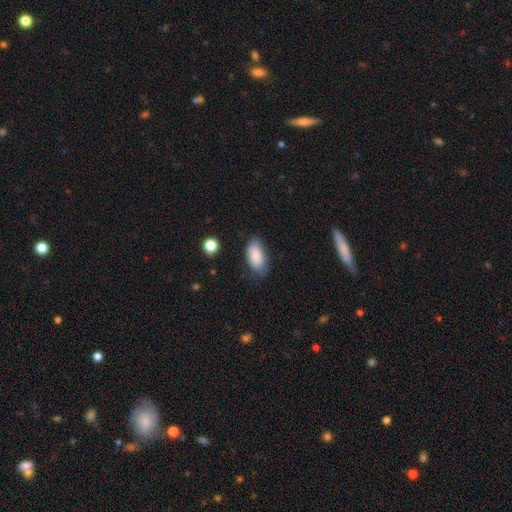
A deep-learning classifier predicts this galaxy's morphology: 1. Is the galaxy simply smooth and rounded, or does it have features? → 84% smooth, 9% featured or disk, 7% star or artifact.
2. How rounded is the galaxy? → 93% in between, 4% cigar-shaped, 3% round.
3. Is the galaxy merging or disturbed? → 68% none, 24% minor disturbance, 6% major disturbance, 2% merger.